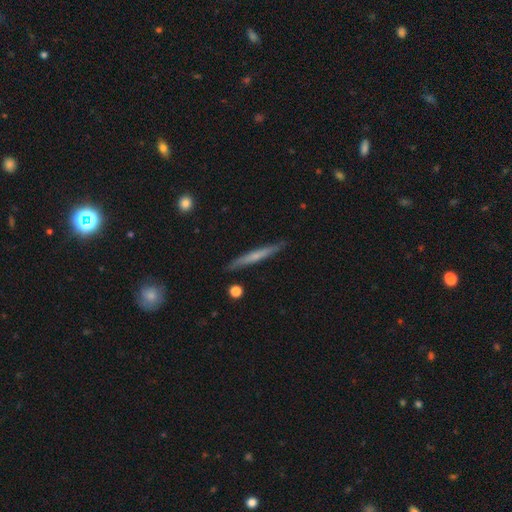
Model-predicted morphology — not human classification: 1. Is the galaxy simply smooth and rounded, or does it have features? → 48% featured or disk, 46% smooth, 6% star or artifact.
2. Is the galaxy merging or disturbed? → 88% none, 9% minor disturbance, 2% merger, 2% major disturbance.